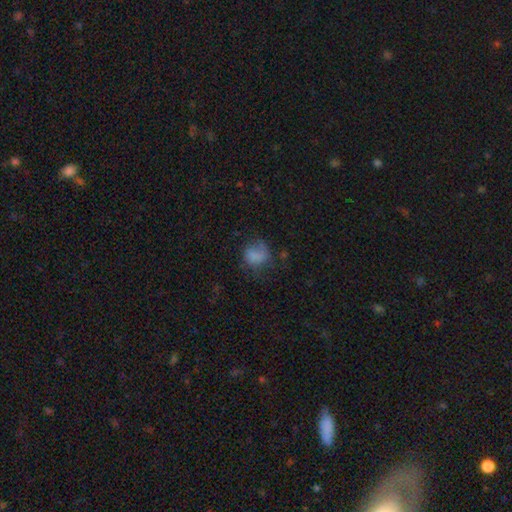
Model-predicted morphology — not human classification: This appears to be a smooth galaxy with no disk features (71%) that is round (60%). Merging: none (41%).